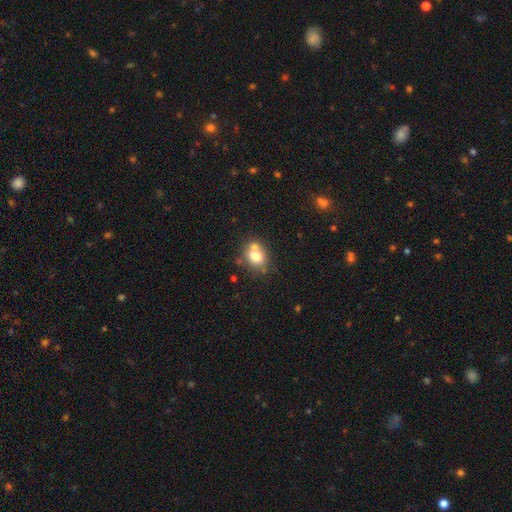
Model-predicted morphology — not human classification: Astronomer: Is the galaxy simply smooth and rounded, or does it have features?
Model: smooth — 73%.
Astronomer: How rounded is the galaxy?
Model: round — 59% (runner-up: in between, 40%).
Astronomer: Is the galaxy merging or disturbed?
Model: none — 51% (runner-up: merger, 32%).